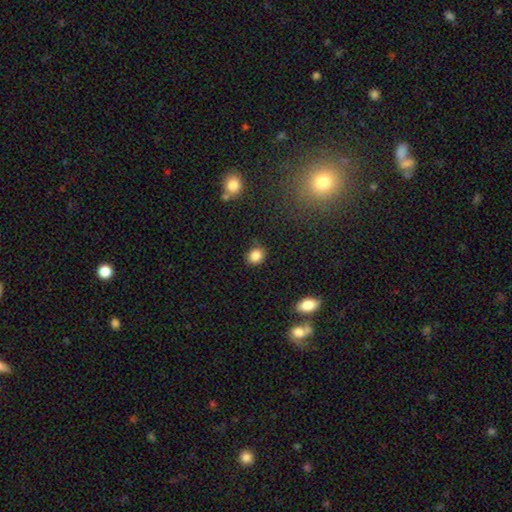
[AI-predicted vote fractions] This appears to be a smooth galaxy with no disk features (85%) that is round (73%). Merging: none (83%).